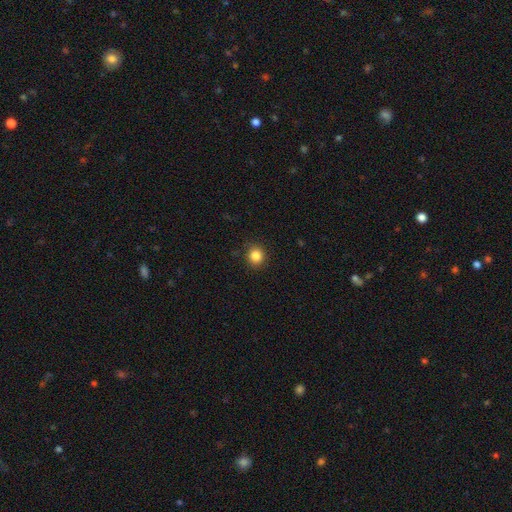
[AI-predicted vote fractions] smooth_or_featured: smooth (p=0.85) [alt: star or artifact p=0.11]
how_rounded: round (p=0.87) [alt: in between p=0.12]
merging: none (p=0.89) [alt: minor disturbance p=0.08]